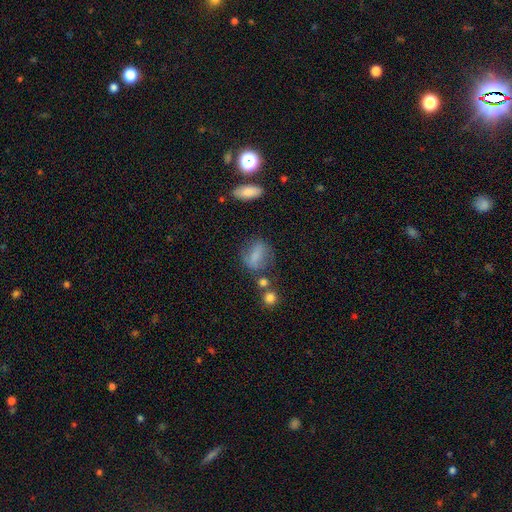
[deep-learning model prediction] Smooth or featured? Predicted: smooth (p=0.71). How rounded? Predicted: in between (p=0.67). Merging? Predicted: none (p=0.60).